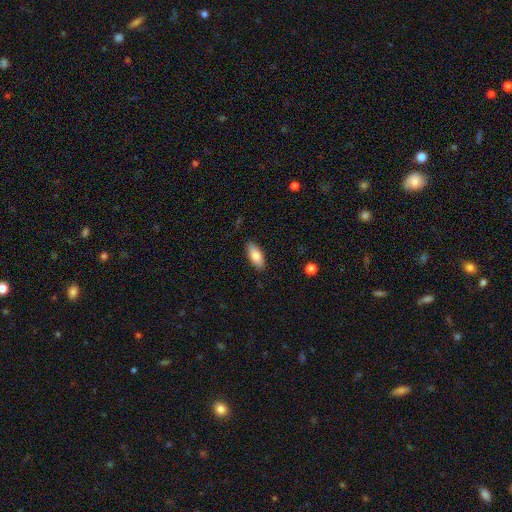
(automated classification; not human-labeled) A smooth galaxy with no disk features (81%) that is in between round and cigar-shaped (84%).

Vote fractions:
- Smooth or featured? smooth: 81% / featured or disk: 13% / star or artifact: 6%
- How rounded? in between: 84% / cigar-shaped: 14% / round: 2%
- Merging? none: 88% / minor disturbance: 9% / major disturbance: 2% / merger: 1%